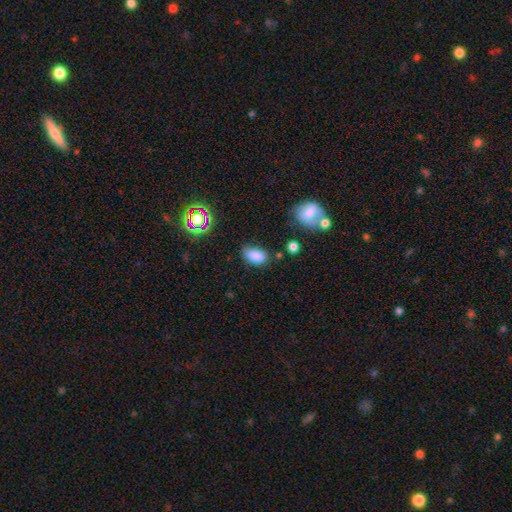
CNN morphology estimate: This is clearly a smooth galaxy (82%). How rounded: clearly in between (89%). Merging: likely none (68%).